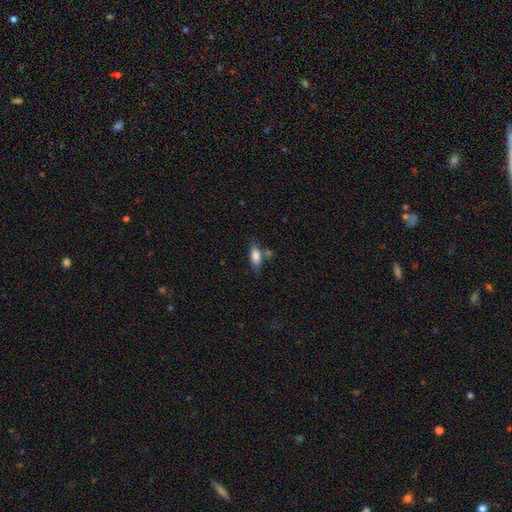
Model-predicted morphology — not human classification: Smooth or featured: smooth — 81% (featured or disk — 12%)
How rounded: in between — 78% (cigar-shaped — 19%)
Merging: none — 64% (minor disturbance — 16%)